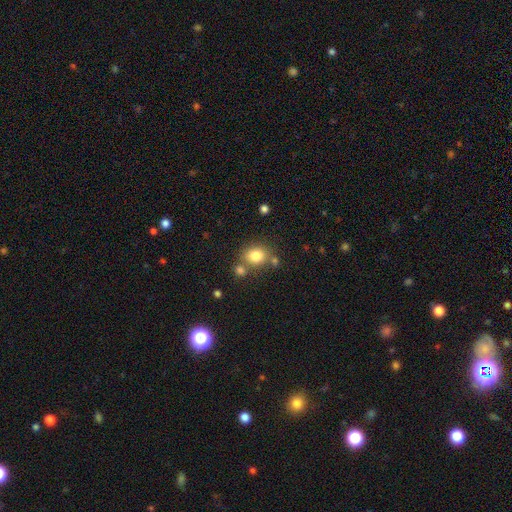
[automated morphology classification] The model was most divided on "how rounded": round: 59%, in between: 40%, cigar-shaped: 1%. More confident: smooth or featured — smooth (80%); merging — none (64%).